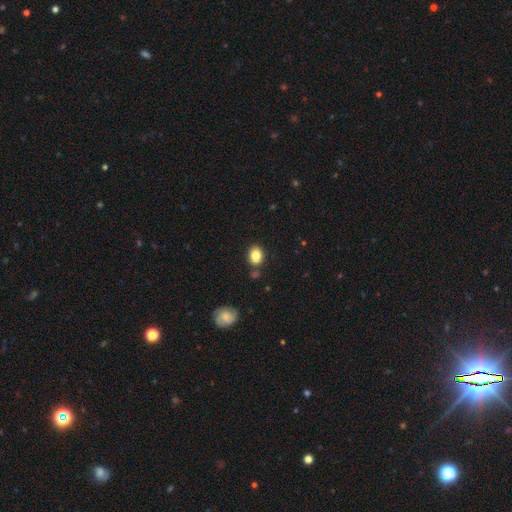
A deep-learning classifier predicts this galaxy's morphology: smooth-or-featured: smooth: 83% | star or artifact: 9% | featured or disk: 7%
  how-rounded: in between: 51% | round: 48% | cigar-shaped: 1%
  merging: none: 80% | minor disturbance: 12% | merger: 6% | major disturbance: 3%